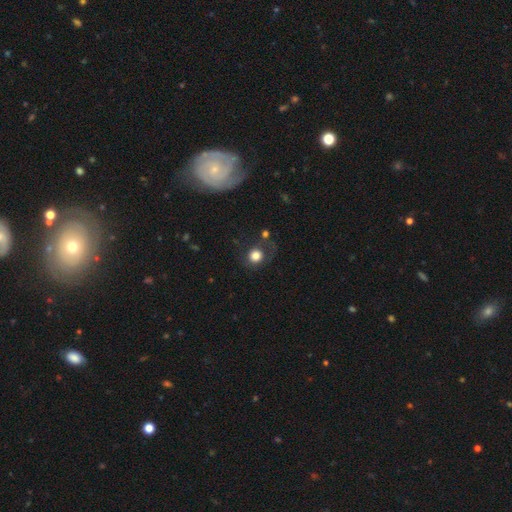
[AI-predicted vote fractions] Smooth or featured? Predicted: smooth (p=0.78). How rounded? Predicted: round (p=0.85). Merging? Predicted: none (p=0.60).